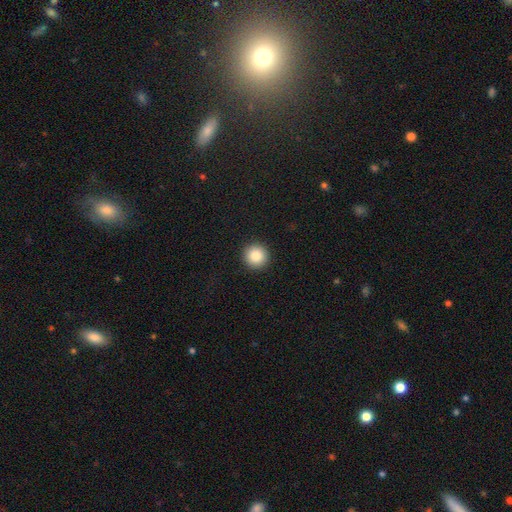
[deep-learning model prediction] Morphology: type=smooth (86%); roundness=round (96%); merging=none (93%).